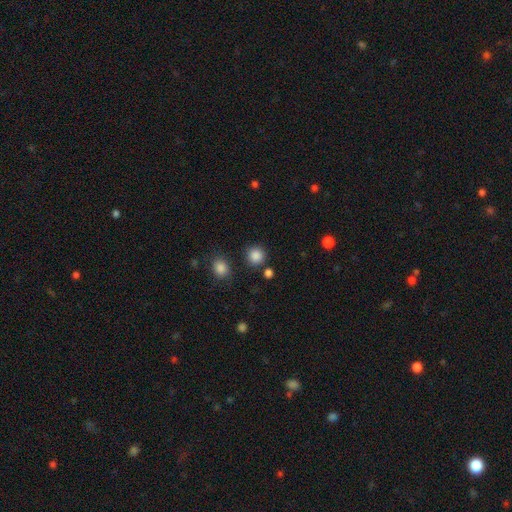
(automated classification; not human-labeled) The model was most divided on "smooth or featured": smooth: 86%, star or artifact: 11%, featured or disk: 3%. More confident: how rounded — round (92%); merging — none (85%).